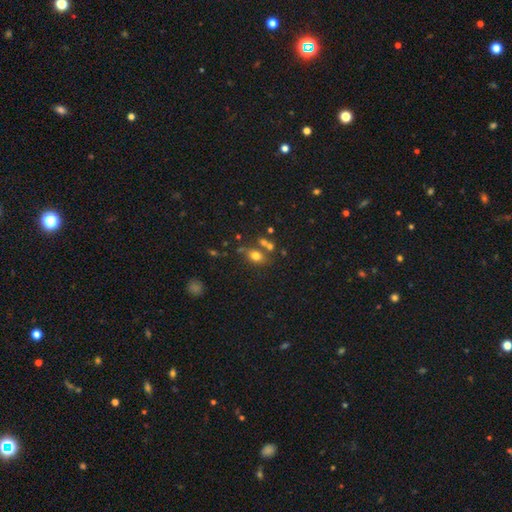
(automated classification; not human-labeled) Morphology: type=smooth (72%); roundness=in between (69%); merging=none (55%).